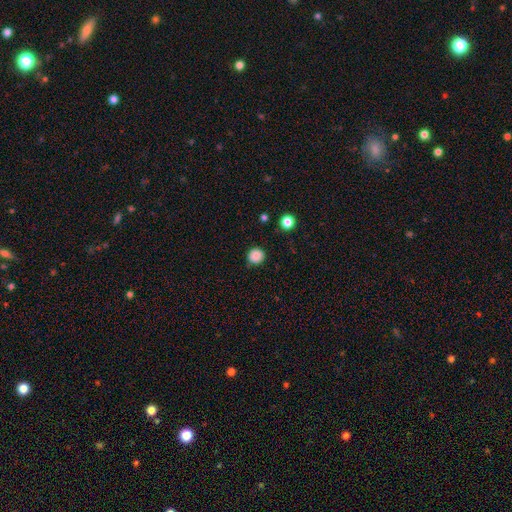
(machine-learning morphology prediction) A smooth galaxy with no disk features (86%) that is round (93%). Merging: none (89%).